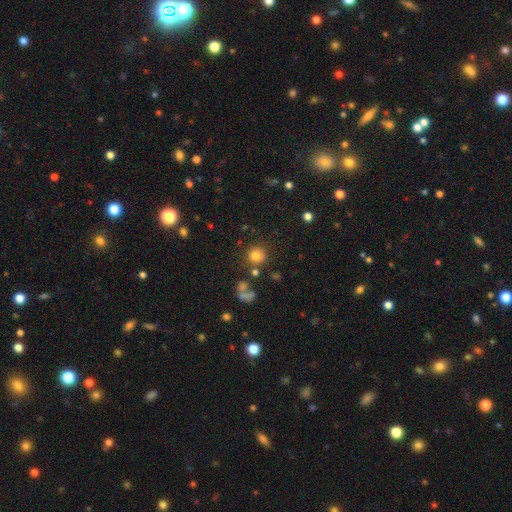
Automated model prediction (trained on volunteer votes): A smooth galaxy with no disk features (77%) that is round (90%).

Vote fractions:
- Smooth or featured? smooth: 77% / star or artifact: 15% / featured or disk: 8%
- How rounded? round: 90% / in between: 9% / cigar-shaped: 1%
- Merging? none: 78% / minor disturbance: 10% / merger: 8% / major disturbance: 4%